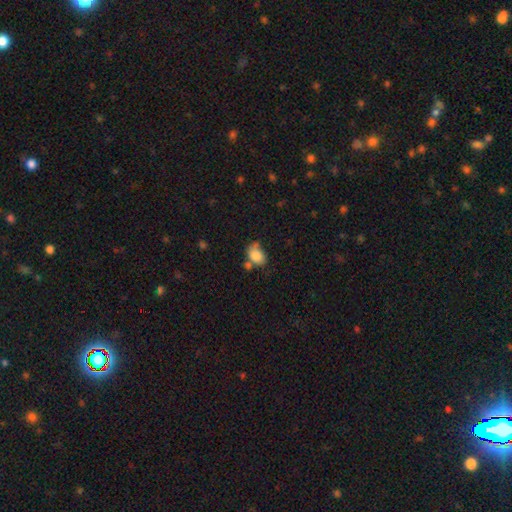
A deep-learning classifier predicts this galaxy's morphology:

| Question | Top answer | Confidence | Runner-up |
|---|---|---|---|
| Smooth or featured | smooth | 81% | featured or disk (11%) |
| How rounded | in between | 71% | round (28%) |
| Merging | none | 40% | minor disturbance (25%) |